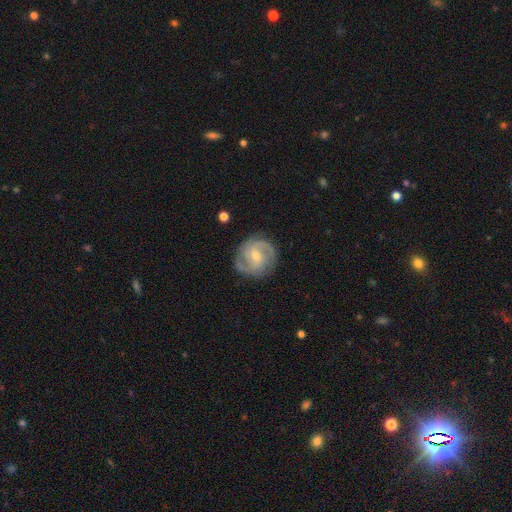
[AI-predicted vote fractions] Q: Smooth or featured?
A: featured or disk (86%); runner-up: smooth (9%)
Q: Edge-on disk?
A: no (98%); runner-up: yes (2%)
Q: Bar?
A: weak (50%); runner-up: no (35%)
Q: Spiral arms?
A: yes (97%); runner-up: no (3%)
Q: Spiral winding?
A: medium (47%); runner-up: tight (42%)
Q: Spiral arm count?
A: 2 (68%); runner-up: 3 (17%)
Q: Bulge size?
A: moderate (50%); runner-up: small (46%)
Q: Merging?
A: none (82%); runner-up: minor disturbance (13%)